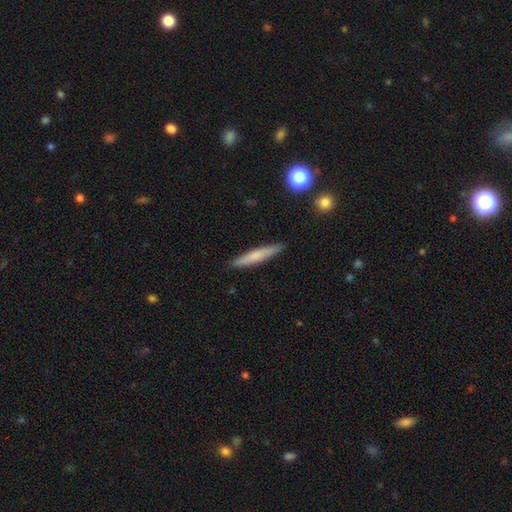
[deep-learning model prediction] Morphology: type=smooth (64%); roundness=cigar-shaped (93%); merging=none (90%).